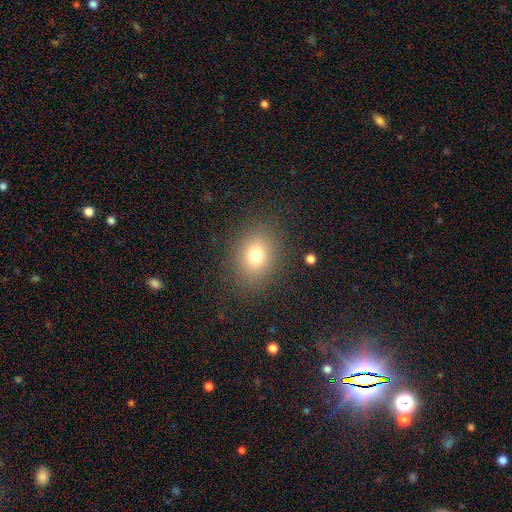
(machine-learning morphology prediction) This appears to be a smooth galaxy with no disk features (75%) that is round (50%). Merging: none (85%).